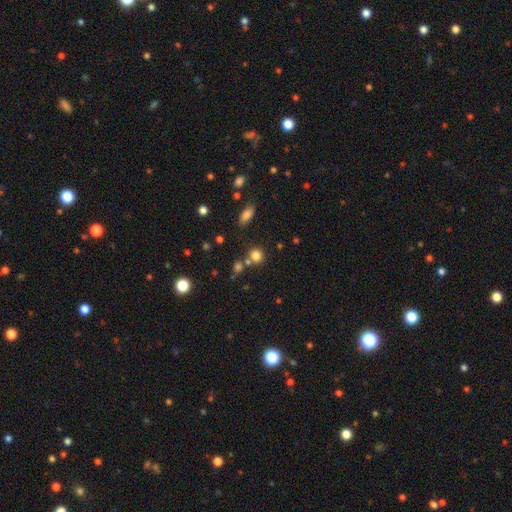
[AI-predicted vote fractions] A smooth galaxy with no disk features (79%) that is round (86%). Merging: none (66%).